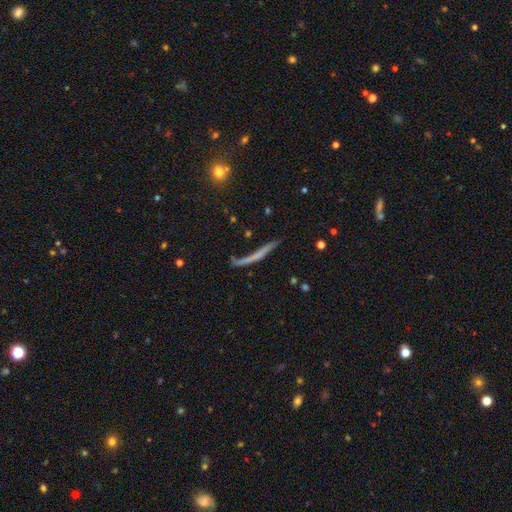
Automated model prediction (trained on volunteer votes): smooth 47%, featured or disk 43%, star or artifact 10%. Down the decision tree: merging — none (60%).